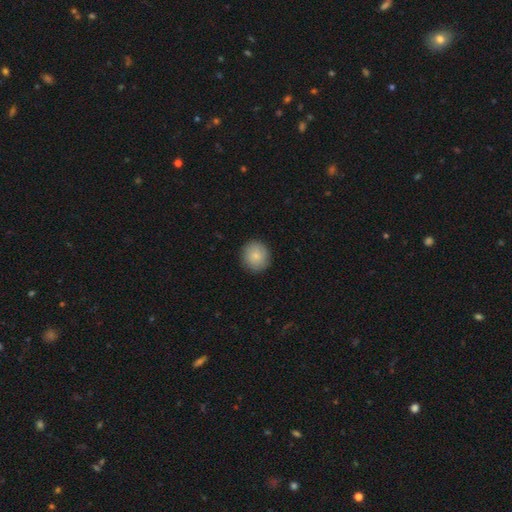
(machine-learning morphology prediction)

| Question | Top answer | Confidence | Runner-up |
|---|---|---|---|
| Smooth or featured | smooth | 86% | star or artifact (7%) |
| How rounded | round | 90% | in between (10%) |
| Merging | none | 90% | minor disturbance (7%) |